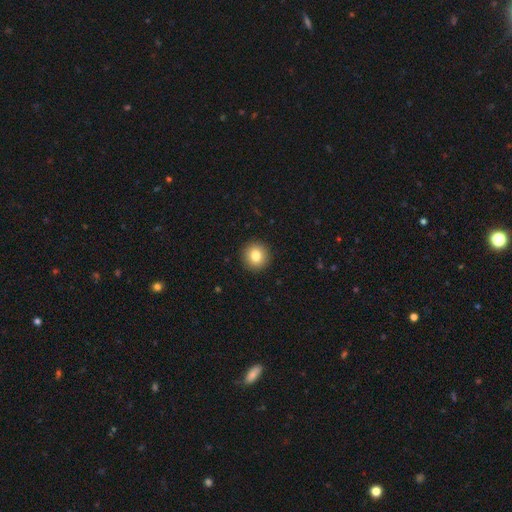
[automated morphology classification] type=smooth (82%); roundness=round (94%); merging=none (93%).